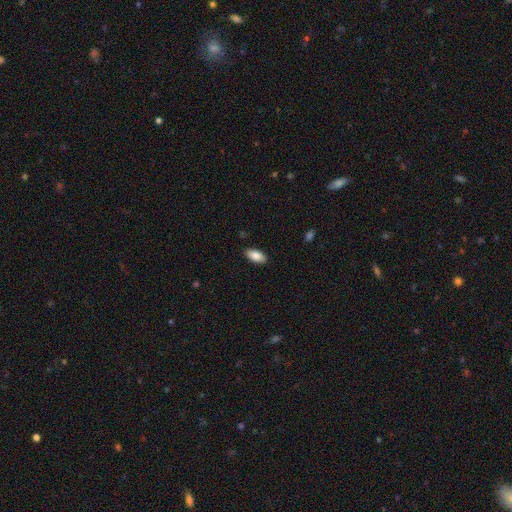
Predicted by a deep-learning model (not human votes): A smooth galaxy with no disk features (85%) that is in between round and cigar-shaped (90%).

Vote fractions:
- Smooth or featured? smooth: 85% / featured or disk: 8% / star or artifact: 6%
- How rounded? in between: 90% / cigar-shaped: 8% / round: 2%
- Merging? none: 89% / minor disturbance: 8% / major disturbance: 2% / merger: 1%